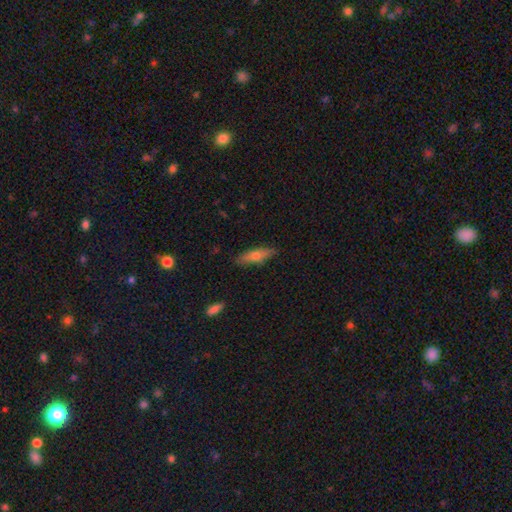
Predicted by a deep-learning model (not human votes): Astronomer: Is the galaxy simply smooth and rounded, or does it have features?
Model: smooth — 61%.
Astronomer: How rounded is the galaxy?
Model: cigar-shaped — 57% (runner-up: in between, 41%).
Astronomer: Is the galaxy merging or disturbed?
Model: none — 85%.